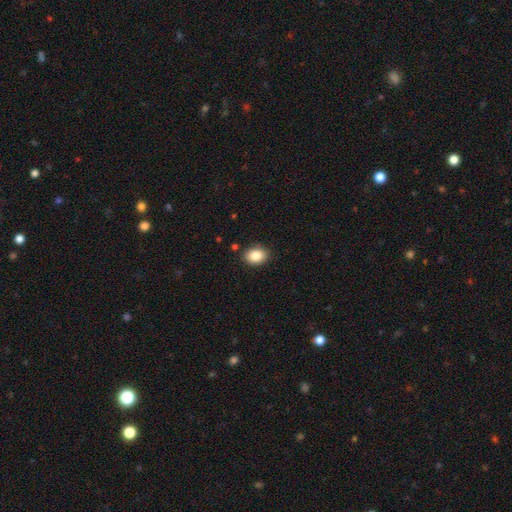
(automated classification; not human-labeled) smooth-or-featured: smooth: 86% | star or artifact: 8% | featured or disk: 6%
  how-rounded: in between: 69% | round: 30% | cigar-shaped: 1%
  merging: none: 86% | minor disturbance: 10% | major disturbance: 2% | merger: 2%